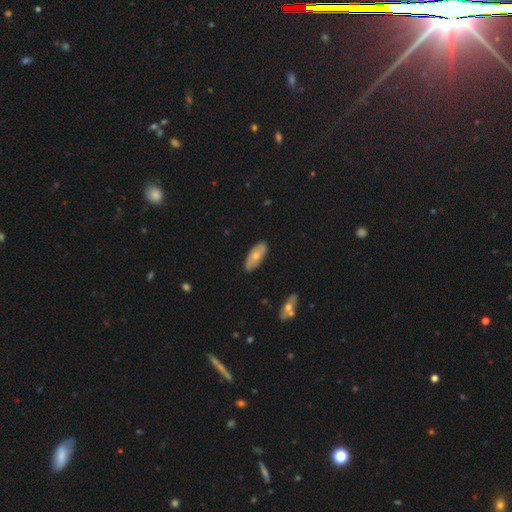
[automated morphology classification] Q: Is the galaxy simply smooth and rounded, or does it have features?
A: smooth — 65%.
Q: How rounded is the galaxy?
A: in between — 86%.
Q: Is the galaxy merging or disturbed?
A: none — 85%.